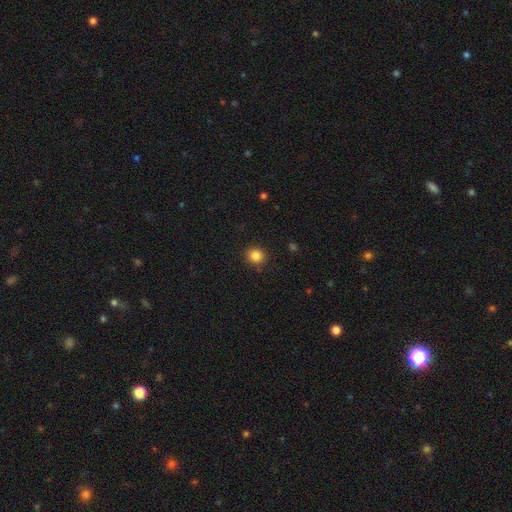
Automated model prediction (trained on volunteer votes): This appears to be a smooth galaxy with no disk features (84%) that is round (89%). Merging: none (88%).